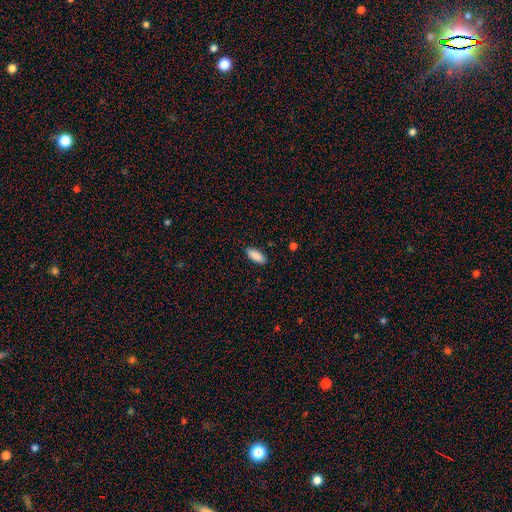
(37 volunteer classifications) Q: Smooth or featured?
A: smooth (97%); runner-up: star or artifact (3%)
Q: How rounded?
A: in between (78%); runner-up: cigar-shaped (19%)
Q: Merging?
A: none (83%); runner-up: minor disturbance (11%)